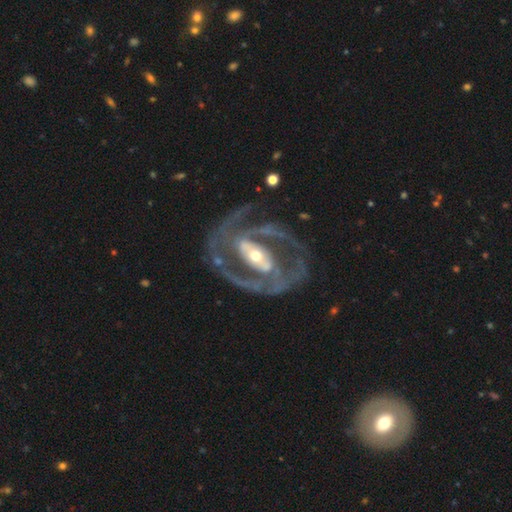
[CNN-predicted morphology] A featured or disk galaxy (91%) with a strong bar (55%), 2 (77%) medium (48%) spiral arms (93%) and a moderate central bulge (51%). Merging: none (68%).